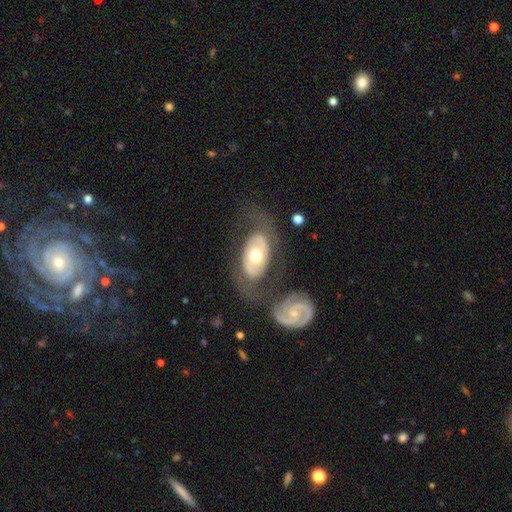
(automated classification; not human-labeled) The model was most divided on "spiral arms": yes: 59%, no: 41%. More confident: edge-on disk — no (92%); bar — no (77%); bulge size — moderate (69%); smooth or featured — featured or disk (62%); merging — none (54%).